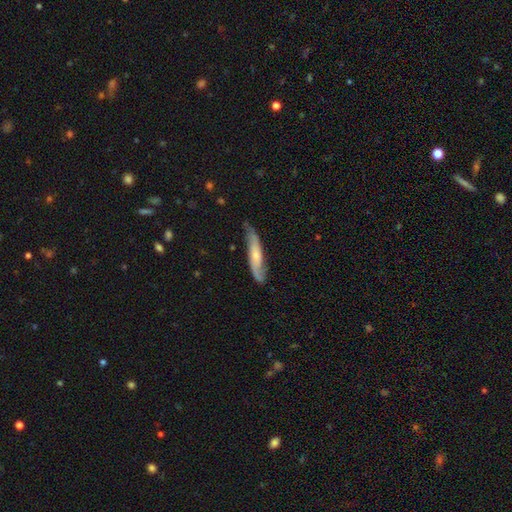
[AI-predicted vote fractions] A featured or disk galaxy (55%).

Vote fractions:
- Smooth or featured? featured or disk: 55% / smooth: 39% / star or artifact: 6%
- Edge-on disk? no: 56% / yes: 44%
- Merging? none: 69% / minor disturbance: 24% / major disturbance: 5% / merger: 2%